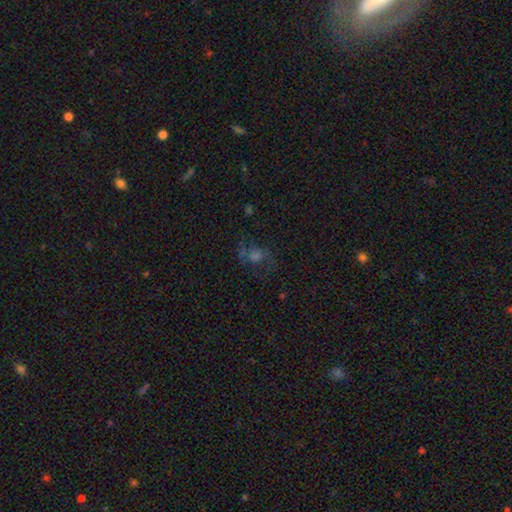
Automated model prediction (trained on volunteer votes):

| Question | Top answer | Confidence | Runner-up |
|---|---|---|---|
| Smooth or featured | smooth | 41% | star or artifact (30%) |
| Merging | none | 53% | major disturbance (22%) |